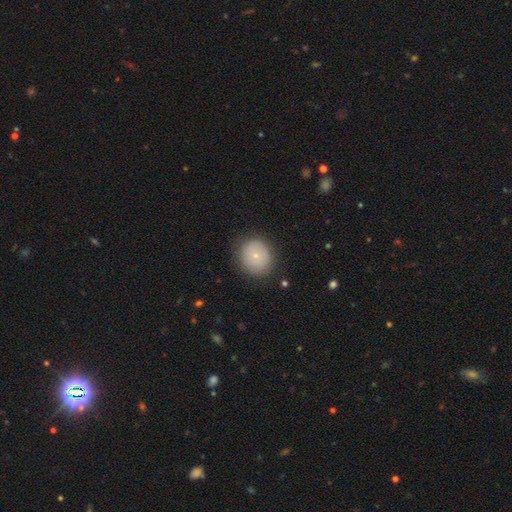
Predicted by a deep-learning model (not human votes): This is likely a smooth galaxy (74%). How rounded: clearly round (82%). Merging: clearly none (84%).